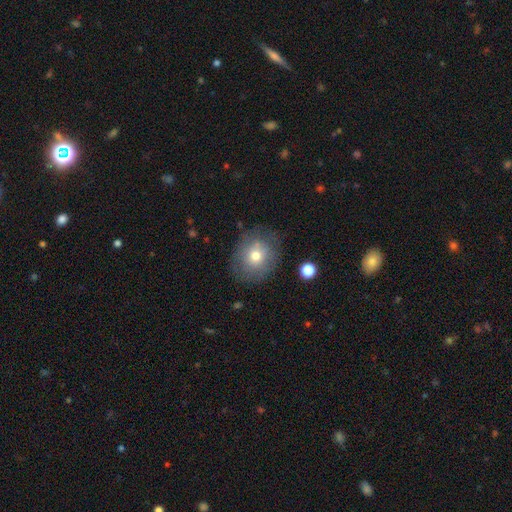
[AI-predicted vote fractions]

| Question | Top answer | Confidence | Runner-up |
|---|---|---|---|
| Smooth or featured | smooth | 71% | featured or disk (18%) |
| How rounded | round | 75% | in between (24%) |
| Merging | none | 77% | minor disturbance (15%) |